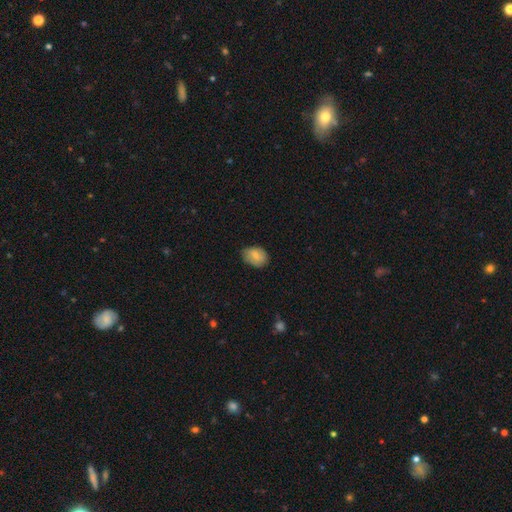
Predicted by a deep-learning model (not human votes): Smooth or featured? smooth (79%)
How rounded? in between (76%)
Merging? none (72%)